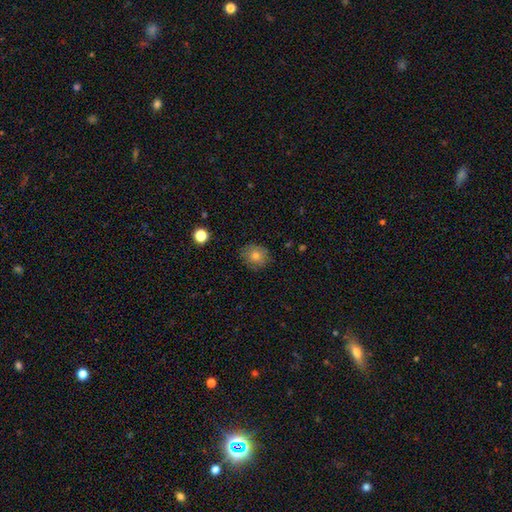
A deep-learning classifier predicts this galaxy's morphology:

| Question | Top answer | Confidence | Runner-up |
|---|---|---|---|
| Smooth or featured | smooth | 70% | featured or disk (17%) |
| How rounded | round | 74% | in between (25%) |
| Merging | none | 83% | minor disturbance (13%) |